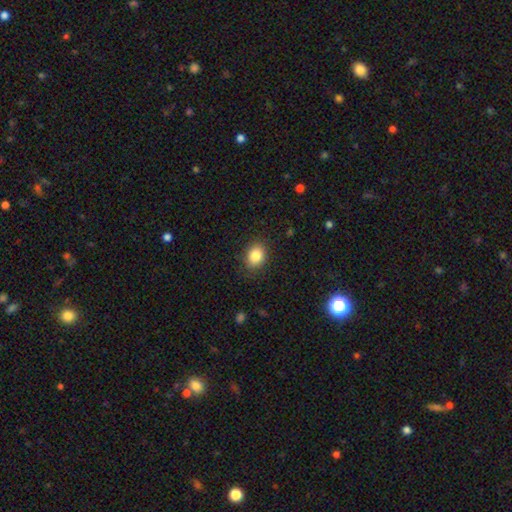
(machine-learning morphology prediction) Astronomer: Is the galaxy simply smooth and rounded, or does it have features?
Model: smooth — 84%.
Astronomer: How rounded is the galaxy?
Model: in between — 56% (runner-up: round, 43%).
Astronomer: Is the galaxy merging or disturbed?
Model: none — 86%.